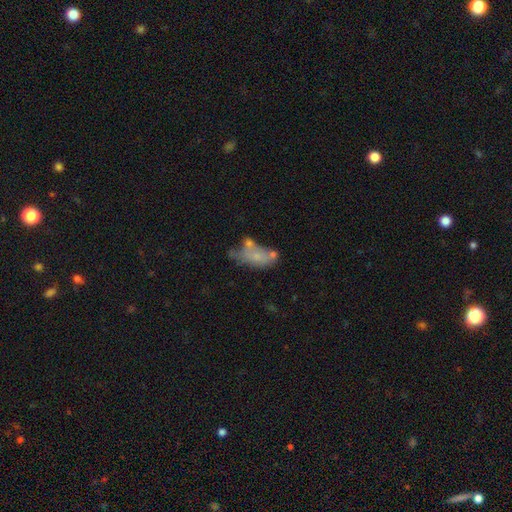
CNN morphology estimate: Smooth or featured? Predicted: smooth (p=0.53). How rounded? Predicted: in between (p=0.85). Merging? Predicted: merger (p=0.33).